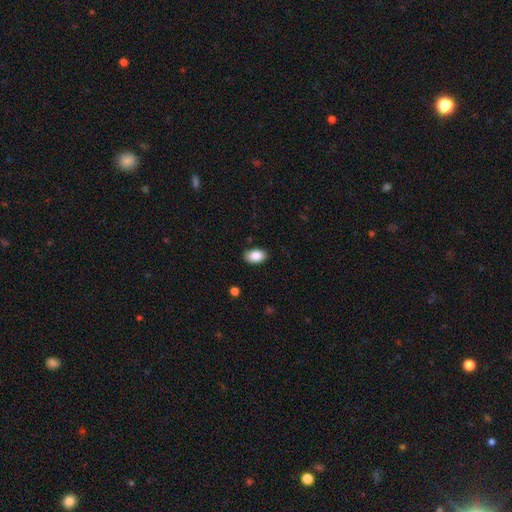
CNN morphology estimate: Overall: smooth (88%). How rounded: in between (89%). Merging: none (85%).